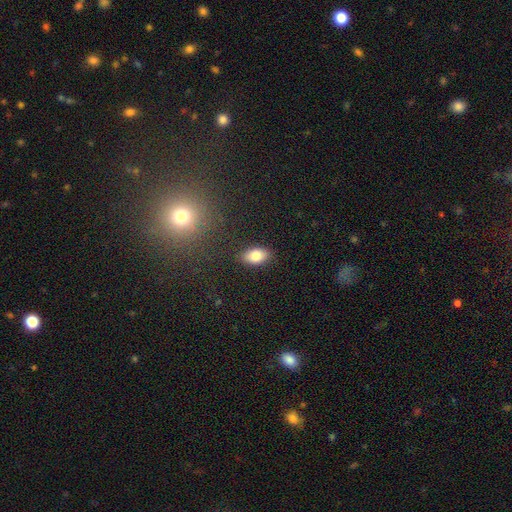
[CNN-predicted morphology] Q: Smooth or featured?
A: smooth (83%); runner-up: featured or disk (9%)
Q: How rounded?
A: in between (91%); runner-up: round (6%)
Q: Merging?
A: none (86%); runner-up: minor disturbance (10%)